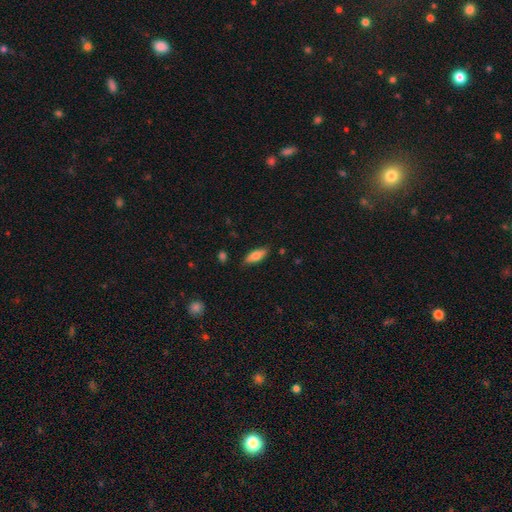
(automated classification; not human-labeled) smooth-or-featured: smooth: 74% | featured or disk: 19% | star or artifact: 6%
  how-rounded: in between: 69% | cigar-shaped: 29% | round: 2%
  merging: none: 82% | minor disturbance: 14% | major disturbance: 3% | merger: 1%